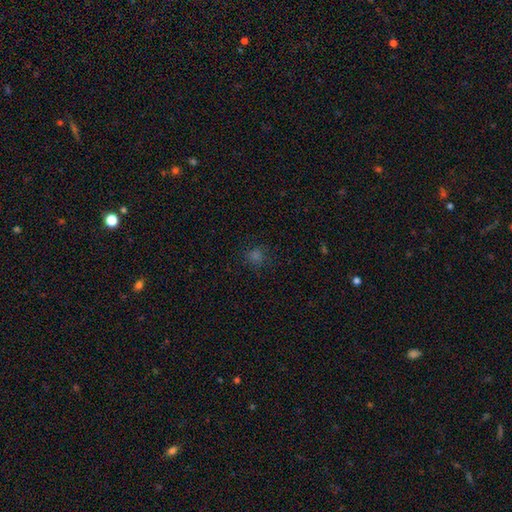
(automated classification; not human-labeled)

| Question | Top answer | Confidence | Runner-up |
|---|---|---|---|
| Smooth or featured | smooth | 58% | star or artifact (34%) |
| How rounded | round | 90% | in between (9%) |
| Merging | none | 86% | minor disturbance (9%) |